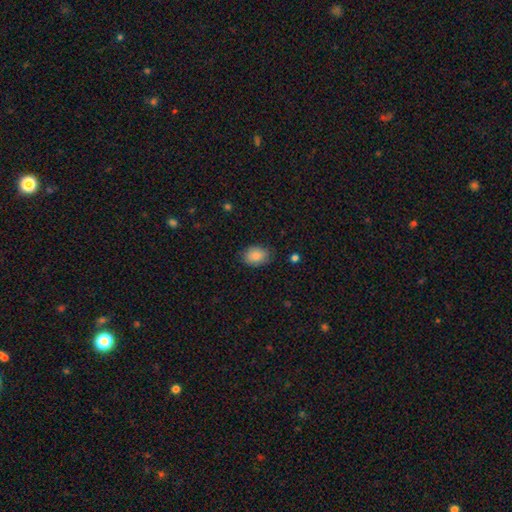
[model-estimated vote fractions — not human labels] smooth-or-featured: smooth: 87% | star or artifact: 8% | featured or disk: 5%
  how-rounded: in between: 75% | round: 24% | cigar-shaped: 1%
  merging: none: 80% | minor disturbance: 16% | major disturbance: 3% | merger: 1%